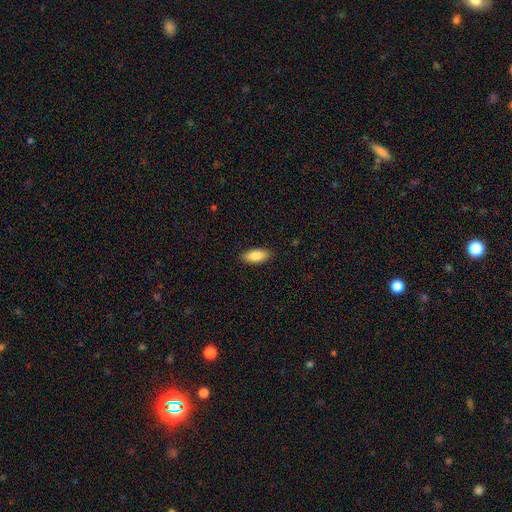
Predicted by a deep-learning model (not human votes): This is clearly a smooth galaxy (86%). How rounded: clearly in between (86%). Merging: clearly none (88%).